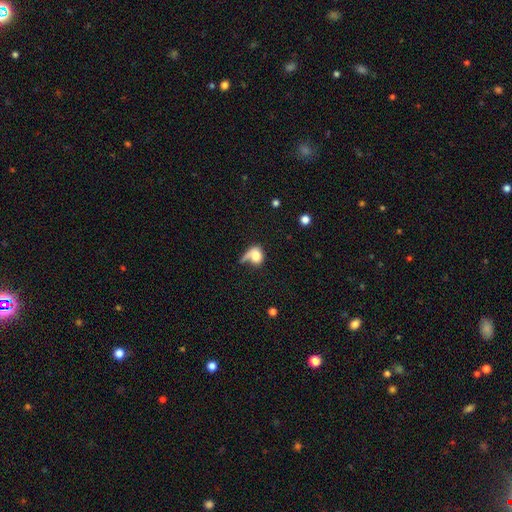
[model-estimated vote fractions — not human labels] smooth 70%, featured or disk 21%, star or artifact 10%. Down the decision tree: how rounded — round (49%); merging — major disturbance (32%).